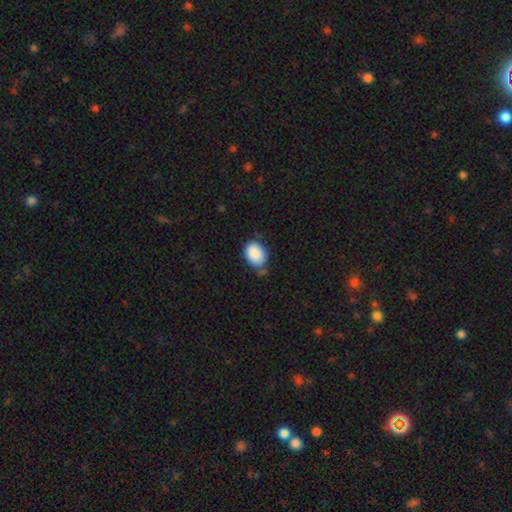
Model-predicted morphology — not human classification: A smooth galaxy with no disk features (89%) that is in between round and cigar-shaped (74%).

Vote fractions:
- Smooth or featured? smooth: 89% / star or artifact: 7% / featured or disk: 4%
- How rounded? in between: 74% / round: 25% / cigar-shaped: 1%
- Merging? none: 63% / minor disturbance: 26% / major disturbance: 6% / merger: 6%